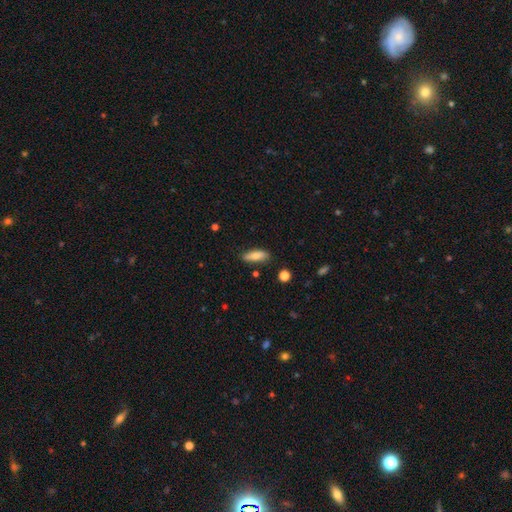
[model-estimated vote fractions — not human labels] Smooth or featured?
  - smooth: 81% *
  - featured or disk: 12%
  - star or artifact: 7%
How rounded?
  - in between: 53% *
  - cigar-shaped: 45%
  - round: 2%
Merging?
  - none: 82% *
  - minor disturbance: 13%
  - major disturbance: 2%
  - merger: 2%